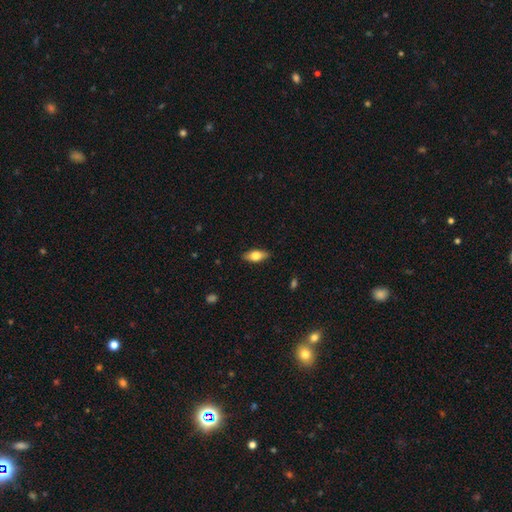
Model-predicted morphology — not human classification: Overall: smooth (66%; featured or disk 27%). How rounded: in between (81%). Merging: none (87%).